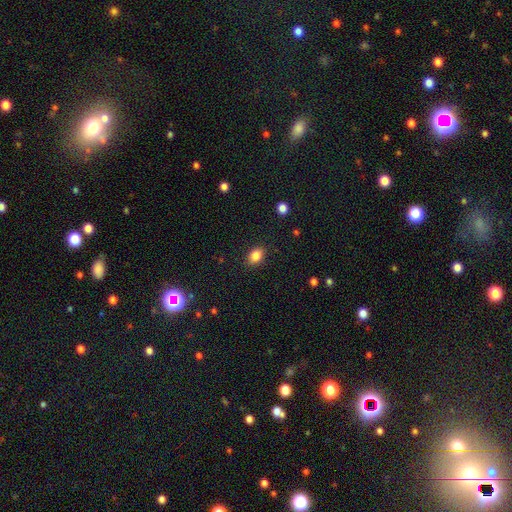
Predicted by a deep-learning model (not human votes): A smooth galaxy with no disk features (85%) that is in between round and cigar-shaped (70%). Merging: none (88%).